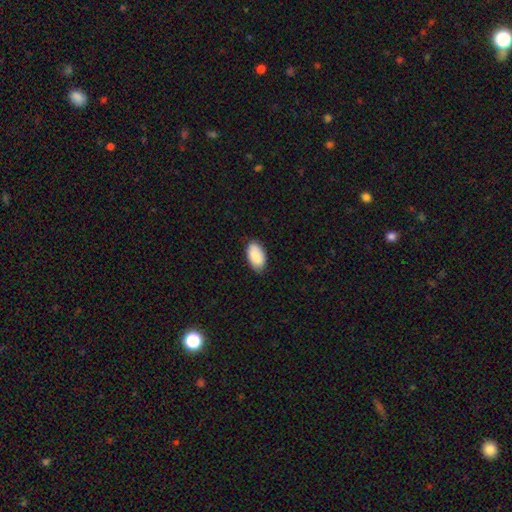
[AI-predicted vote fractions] Q: Smooth or featured?
A: smooth (89%); runner-up: star or artifact (6%)
Q: How rounded?
A: in between (95%); runner-up: round (3%)
Q: Merging?
A: none (81%); runner-up: minor disturbance (16%)